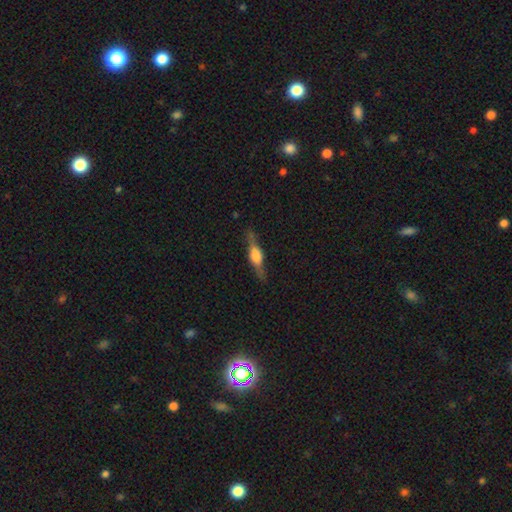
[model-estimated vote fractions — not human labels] A featured or disk galaxy (68%) viewed edge-on (96%) with a rounded central bulge (88%).

Vote fractions:
- Smooth or featured? featured or disk: 68% / smooth: 25% / star or artifact: 6%
- Edge-on disk? yes: 96% / no: 4%
- Edge-on bulge? rounded: 88% / boxy: 10% / none: 2%
- Merging? none: 83% / minor disturbance: 13% / major disturbance: 3% / merger: 1%